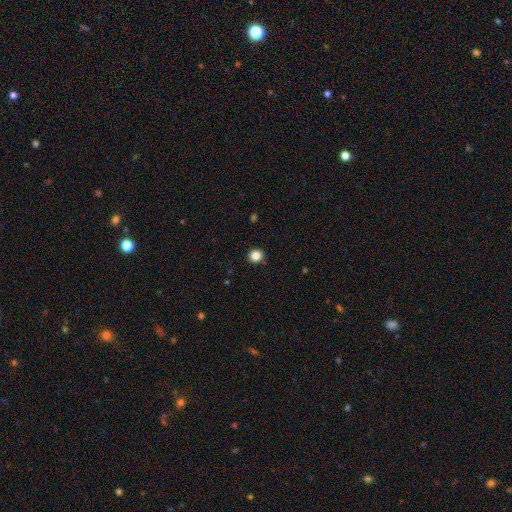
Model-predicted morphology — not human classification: Q: Smooth or featured?
A: smooth (85%); runner-up: star or artifact (11%)
Q: How rounded?
A: round (91%); runner-up: in between (8%)
Q: Merging?
A: none (93%); runner-up: minor disturbance (5%)